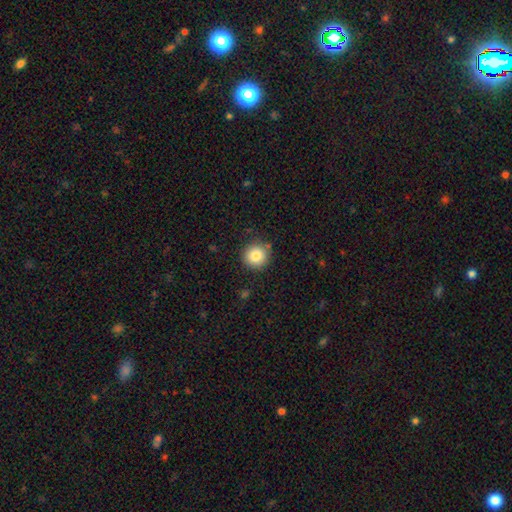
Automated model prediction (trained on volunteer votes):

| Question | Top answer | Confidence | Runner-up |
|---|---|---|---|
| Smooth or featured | smooth | 83% | star or artifact (10%) |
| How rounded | round | 94% | in between (5%) |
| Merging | none | 87% | minor disturbance (9%) |